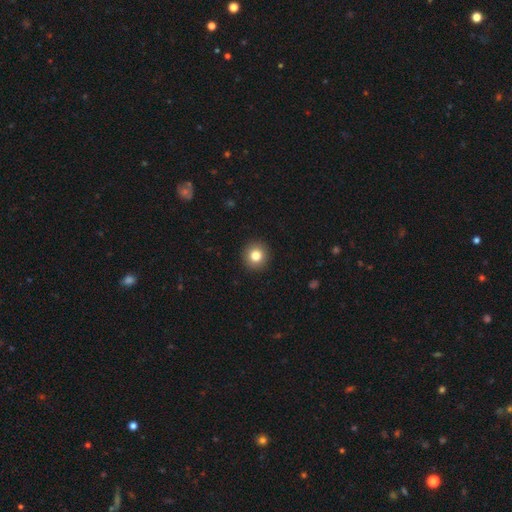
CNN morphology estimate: Smooth or featured? smooth (82%)
How rounded? round (94%)
Merging? none (93%)